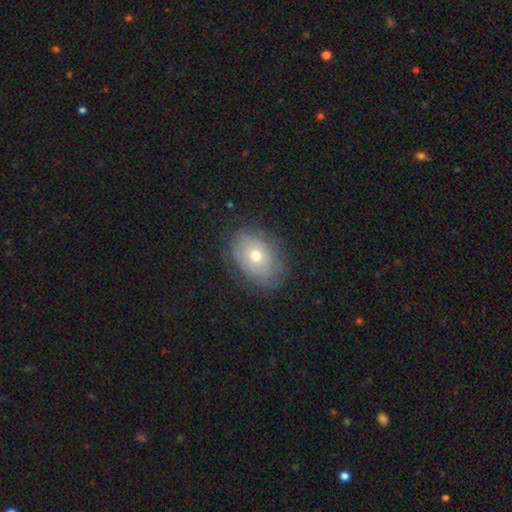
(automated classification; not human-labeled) Smooth or featured? smooth (59%)
How rounded? in between (76%)
Merging? none (75%)